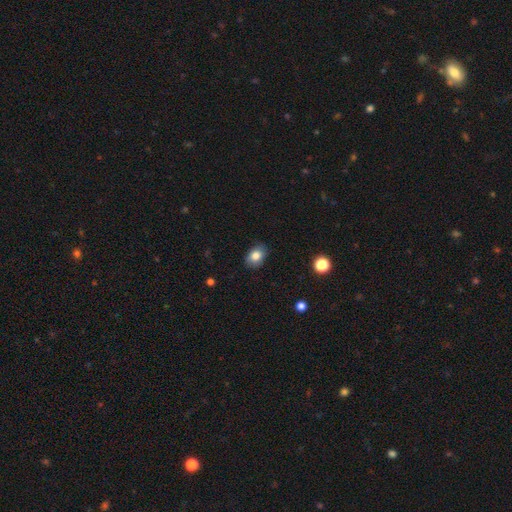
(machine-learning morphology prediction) Smooth or featured?
  - smooth: 83% *
  - star or artifact: 9%
  - featured or disk: 9%
How rounded?
  - in between: 72% *
  - round: 27%
  - cigar-shaped: 1%
Merging?
  - none: 85% *
  - minor disturbance: 12%
  - major disturbance: 2%
  - merger: 1%